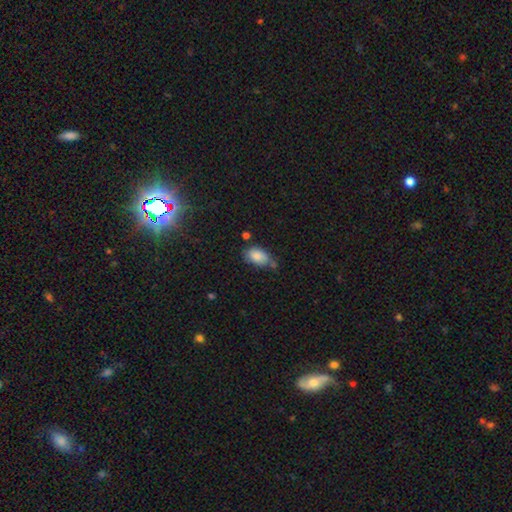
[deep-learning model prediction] Smooth or featured: smooth — 82% (featured or disk — 10%)
How rounded: in between — 90% (round — 8%)
Merging: none — 51% (minor disturbance — 31%)